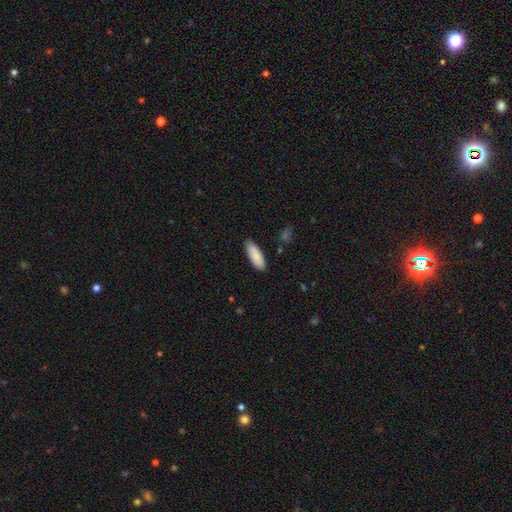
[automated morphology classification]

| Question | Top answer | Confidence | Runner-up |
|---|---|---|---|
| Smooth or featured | smooth | 88% | featured or disk (7%) |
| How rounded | in between | 65% | cigar-shaped (33%) |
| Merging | none | 86% | minor disturbance (11%) |